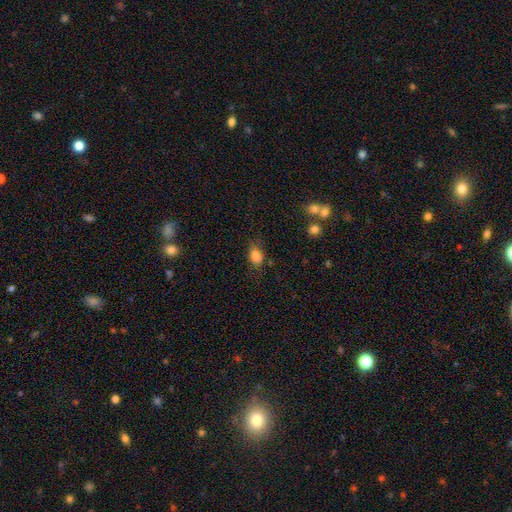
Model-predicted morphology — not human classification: Smooth or featured?
  - smooth: 82% *
  - star or artifact: 10%
  - featured or disk: 8%
How rounded?
  - in between: 72% *
  - round: 26%
  - cigar-shaped: 2%
Merging?
  - none: 63% *
  - minor disturbance: 26%
  - major disturbance: 8%
  - merger: 3%